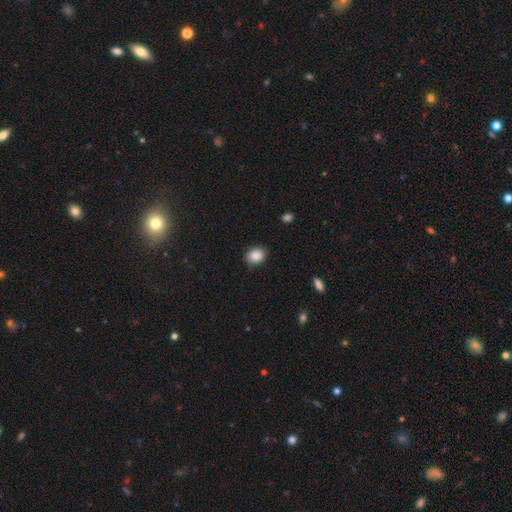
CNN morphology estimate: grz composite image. It shows a smooth galaxy with no disk features (87%) that is in between round and cigar-shaped (53%). Merging: none (81%).